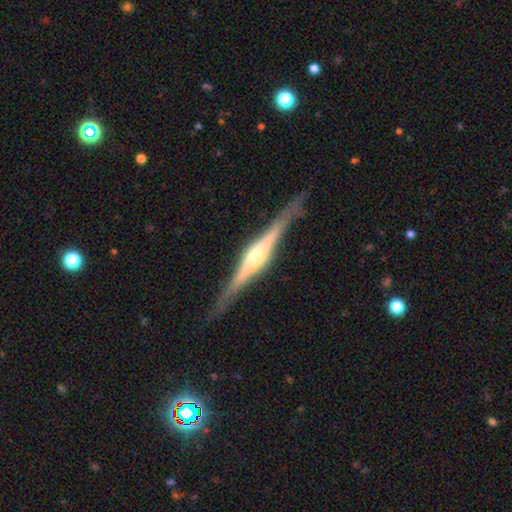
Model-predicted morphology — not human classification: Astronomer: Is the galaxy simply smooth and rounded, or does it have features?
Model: featured or disk — 83%.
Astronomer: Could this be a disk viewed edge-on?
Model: yes — 98%.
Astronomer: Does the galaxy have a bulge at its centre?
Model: rounded — 73%.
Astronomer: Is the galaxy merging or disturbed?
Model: none — 85%.